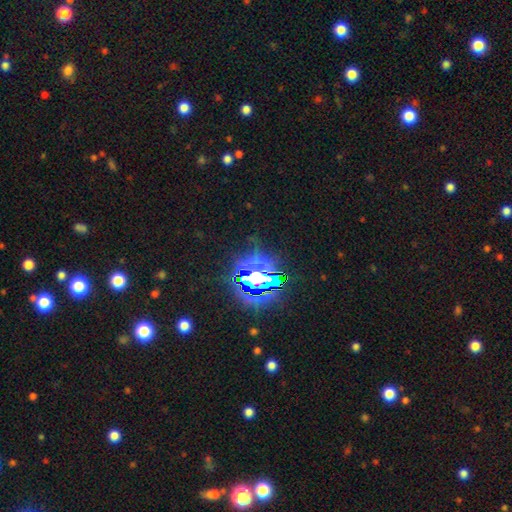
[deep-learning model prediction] Smooth or featured: star or artifact — 77% (smooth — 13%)